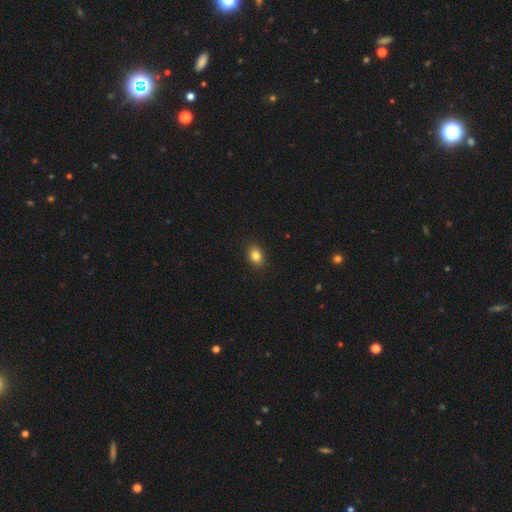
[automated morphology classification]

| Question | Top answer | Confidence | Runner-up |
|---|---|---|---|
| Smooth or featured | smooth | 84% | star or artifact (10%) |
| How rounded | in between | 67% | round (31%) |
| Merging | none | 90% | minor disturbance (7%) |